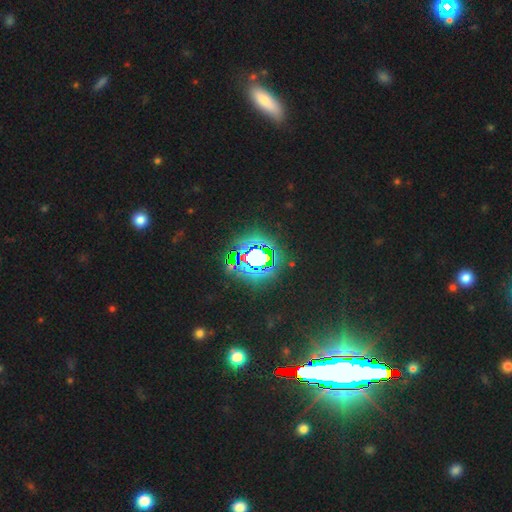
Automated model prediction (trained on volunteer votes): Smooth or featured? Predicted: star or artifact (p=0.79).